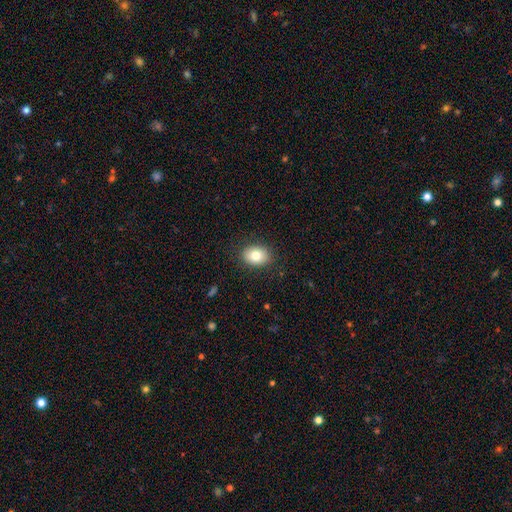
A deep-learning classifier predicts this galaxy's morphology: type=smooth (81%); roundness=in between (65%); merging=none (88%).